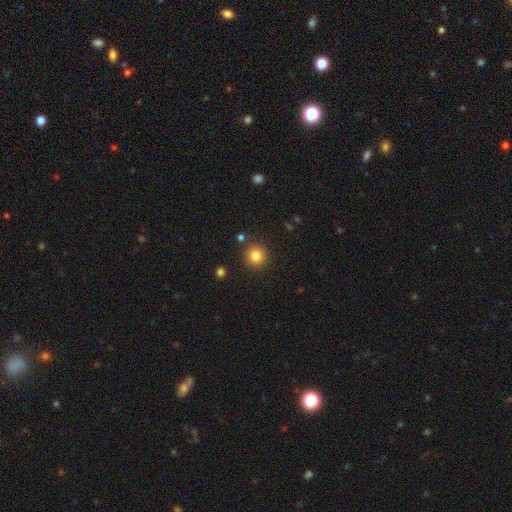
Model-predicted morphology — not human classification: This appears to be a smooth galaxy with no disk features (82%) that is round (95%). Merging: none (89%).